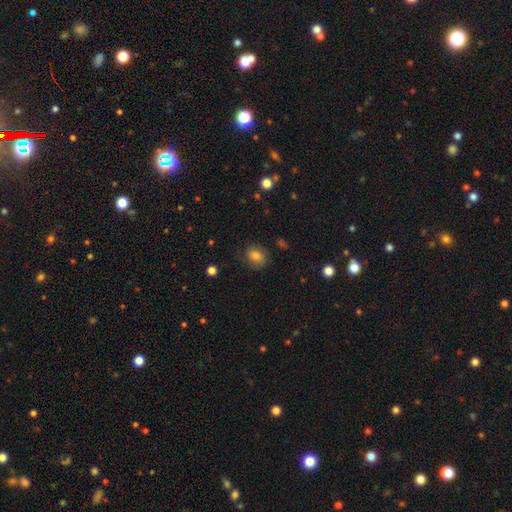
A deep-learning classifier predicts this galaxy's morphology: The model was most divided on "how rounded": round: 51%, in between: 48%, cigar-shaped: 1%. More confident: smooth or featured — smooth (77%); merging — none (76%).